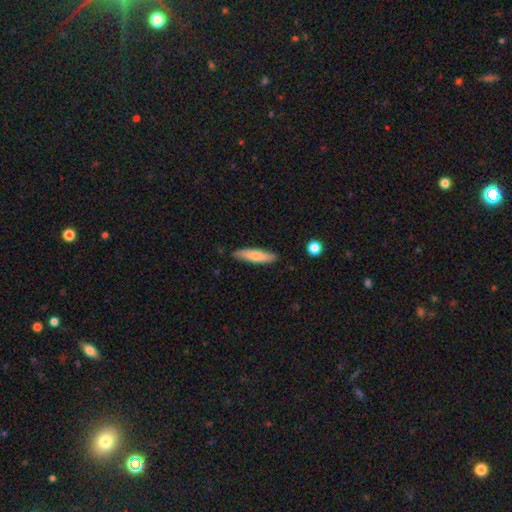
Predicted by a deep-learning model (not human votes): smooth-or-featured: smooth: 73% | featured or disk: 22% | star or artifact: 6%
  how-rounded: cigar-shaped: 71% | in between: 27% | round: 2%
  merging: none: 85% | minor disturbance: 12% | major disturbance: 2% | merger: 1%